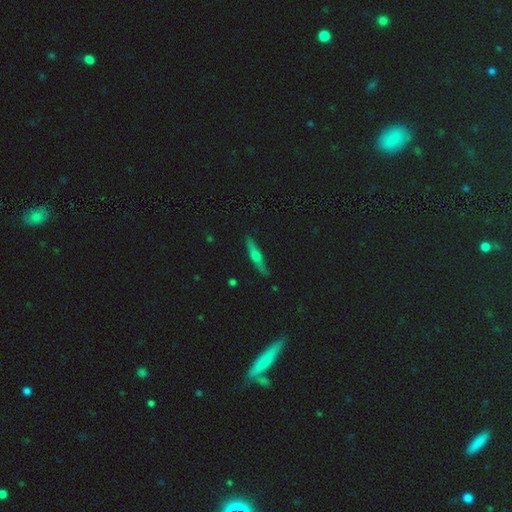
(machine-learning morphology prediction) smooth_or_featured: featured or disk (p=0.51) [alt: smooth p=0.41]
disk_edge_on: yes (p=0.93) [alt: no p=0.07]
merging: none (p=0.88) [alt: minor disturbance p=0.09]